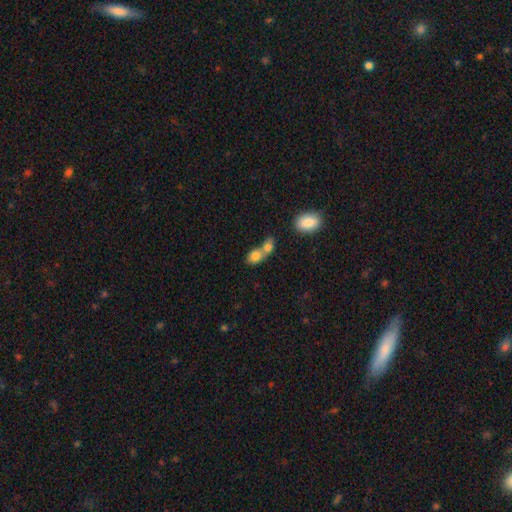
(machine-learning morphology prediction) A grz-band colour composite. It shows a smooth galaxy with no disk features (80%) that is in between round and cigar-shaped (67%). Merging: merger (69%).